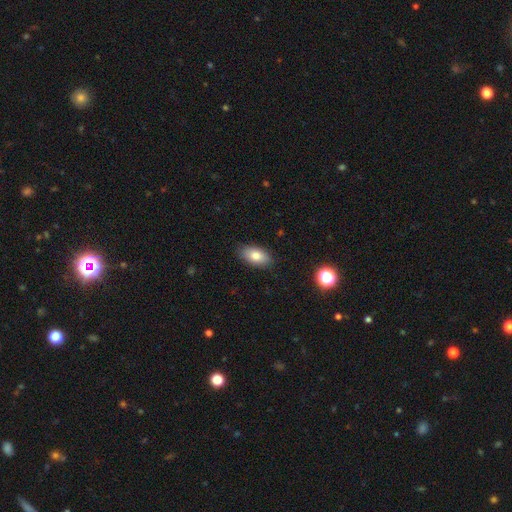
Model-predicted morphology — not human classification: Smooth or featured?
  - smooth: 81% *
  - featured or disk: 11%
  - star or artifact: 8%
How rounded?
  - in between: 92% *
  - round: 4%
  - cigar-shaped: 4%
Merging?
  - none: 87% *
  - minor disturbance: 10%
  - major disturbance: 2%
  - merger: 1%